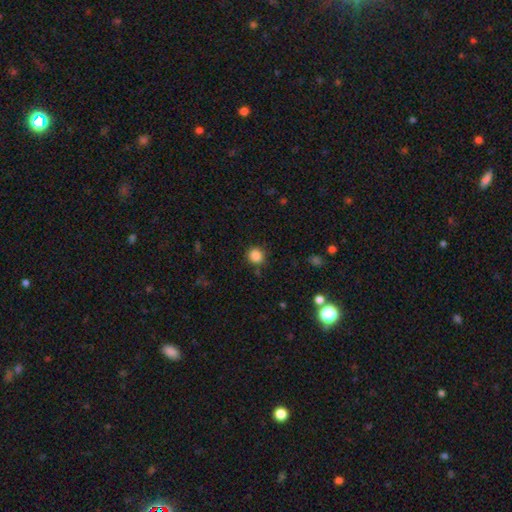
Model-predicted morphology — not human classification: The model was most divided on "smooth or featured": smooth: 86%, star or artifact: 11%, featured or disk: 3%. More confident: how rounded — round (88%); merging — none (85%).